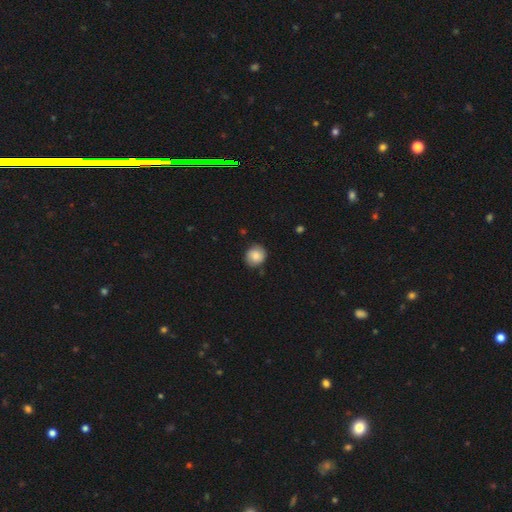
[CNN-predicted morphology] Smooth or featured? smooth (82%)
How rounded? round (88%)
Merging? none (82%)